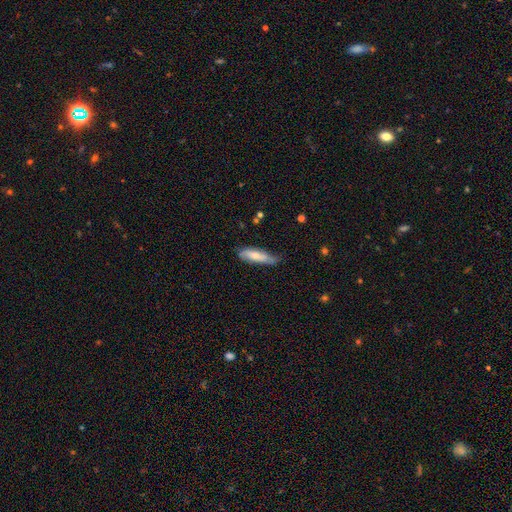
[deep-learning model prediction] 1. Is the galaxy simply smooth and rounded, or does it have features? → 70% smooth, 24% featured or disk, 6% star or artifact.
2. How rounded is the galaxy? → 61% cigar-shaped, 38% in between, 2% round.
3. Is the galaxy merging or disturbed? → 55% none, 36% minor disturbance, 7% major disturbance, 2% merger.